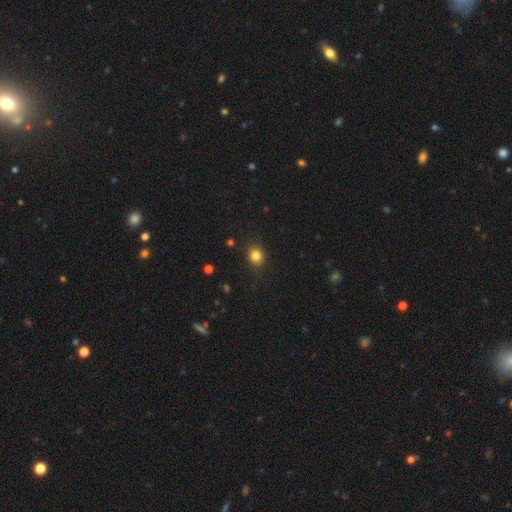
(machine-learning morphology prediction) A smooth galaxy with no disk features (82%) that is round (72%). Merging: none (86%).